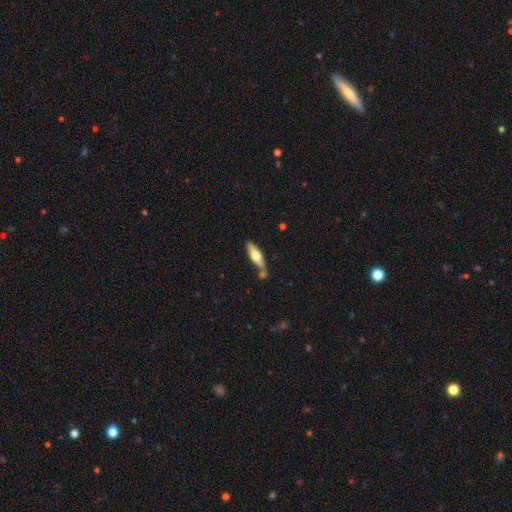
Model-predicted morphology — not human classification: This is possibly a smooth galaxy (48%). Merging: likely none (67%).